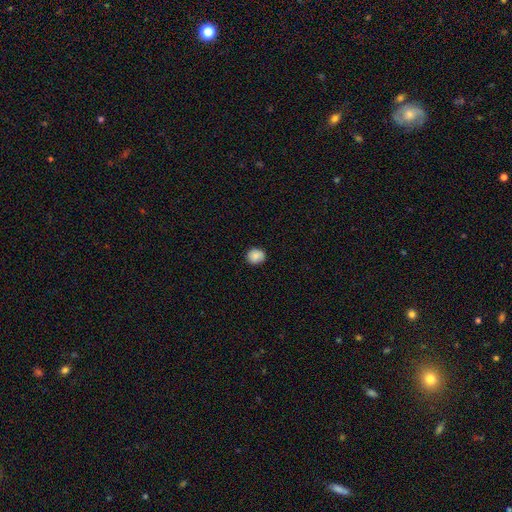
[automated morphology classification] Smooth or featured? smooth (86%)
How rounded? round (80%)
Merging? none (84%)